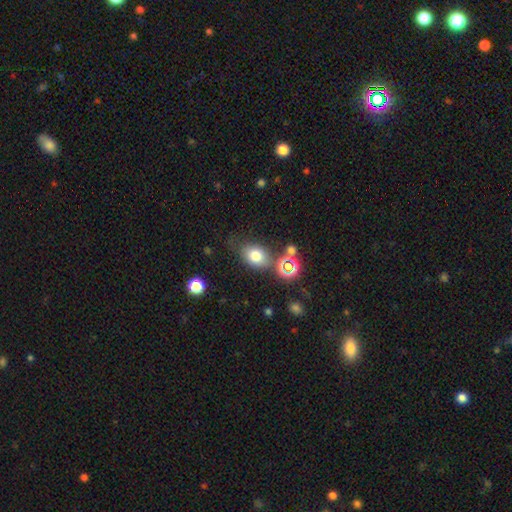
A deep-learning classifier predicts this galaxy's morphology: This is likely a smooth galaxy (74%). How rounded: likely in between (62%). Merging: likely none (67%).